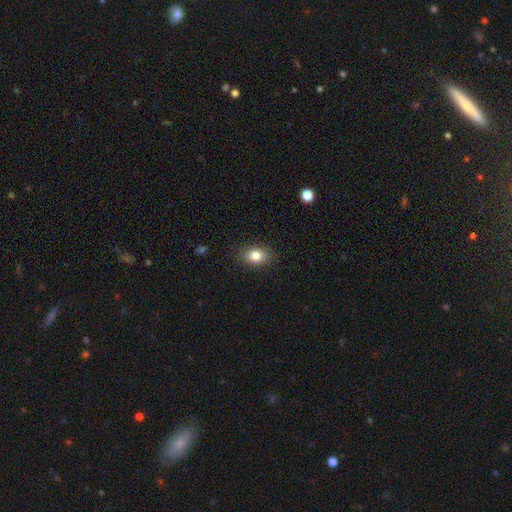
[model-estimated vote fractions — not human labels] This is clearly a smooth galaxy (83%). How rounded: likely in between (73%). Merging: clearly none (87%).